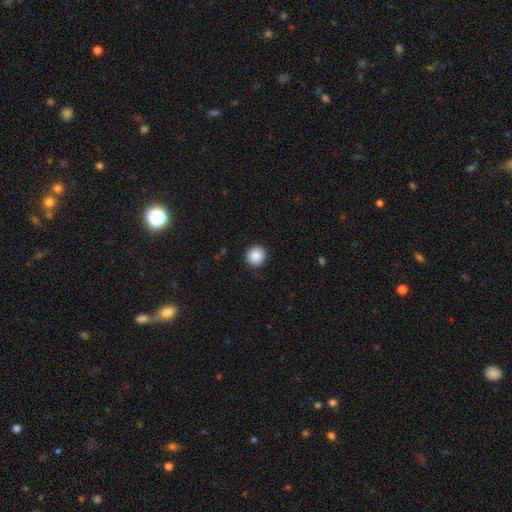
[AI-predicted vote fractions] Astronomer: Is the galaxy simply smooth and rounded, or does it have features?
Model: smooth — 89%.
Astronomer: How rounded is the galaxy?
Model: round — 92%.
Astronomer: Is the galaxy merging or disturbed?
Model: none — 91%.